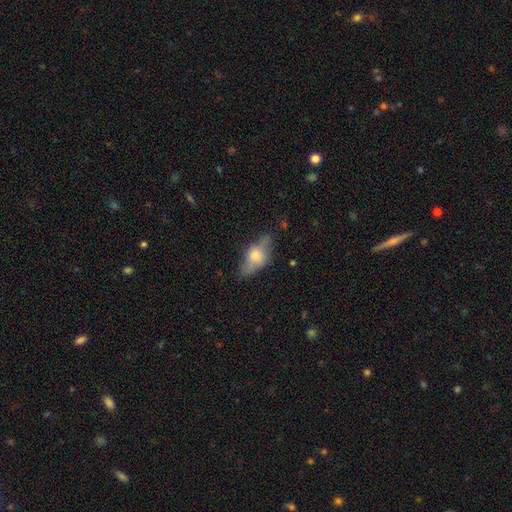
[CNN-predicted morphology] Smooth or featured? smooth (48%)
Merging? none (68%)